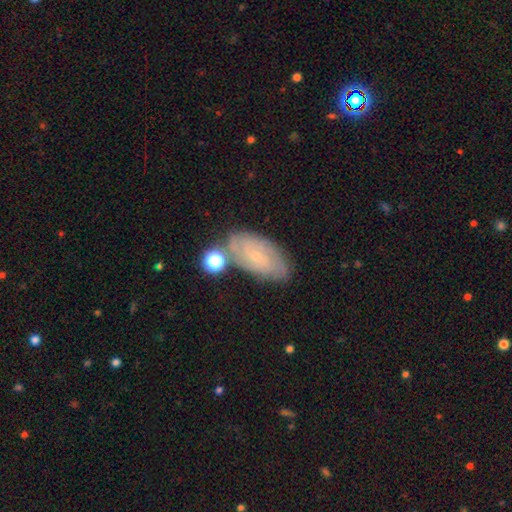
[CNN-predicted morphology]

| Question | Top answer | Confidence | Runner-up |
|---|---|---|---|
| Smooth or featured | featured or disk | 66% | smooth (25%) |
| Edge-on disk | no | 94% | yes (6%) |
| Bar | no | 70% | weak (25%) |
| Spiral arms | yes | 87% | no (13%) |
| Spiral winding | tight | 63% | medium (28%) |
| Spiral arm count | can't tell | 46% | 2 (27%) |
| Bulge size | small | 80% | moderate (16%) |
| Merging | none | 67% | minor disturbance (19%) |